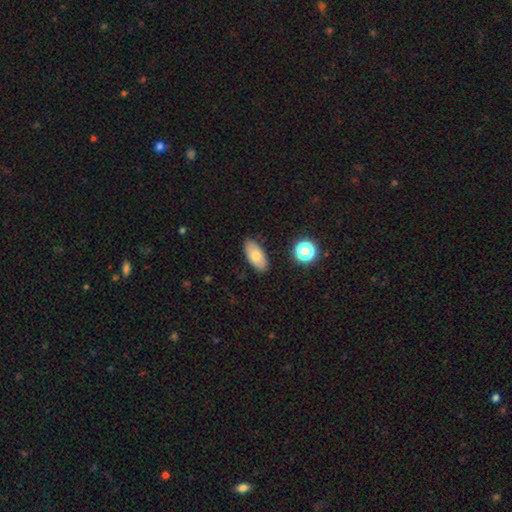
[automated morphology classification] The model was most divided on "smooth or featured": smooth: 77%, featured or disk: 15%, star or artifact: 8%. More confident: how rounded — in between (90%); merging — none (86%).